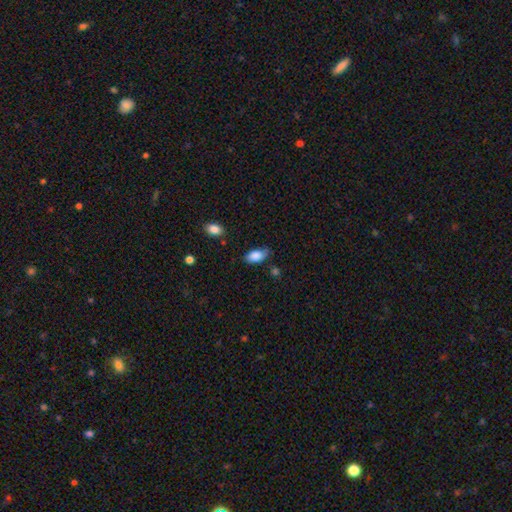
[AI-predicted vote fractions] Morphology: type=smooth (85%); roundness=in between (93%); merging=none (63%).